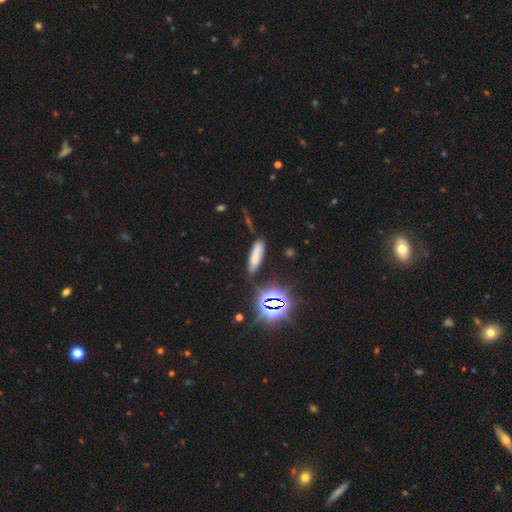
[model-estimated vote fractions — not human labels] This is likely a smooth galaxy (69%). How rounded: likely cigar-shaped (67%). Merging: likely none (75%).